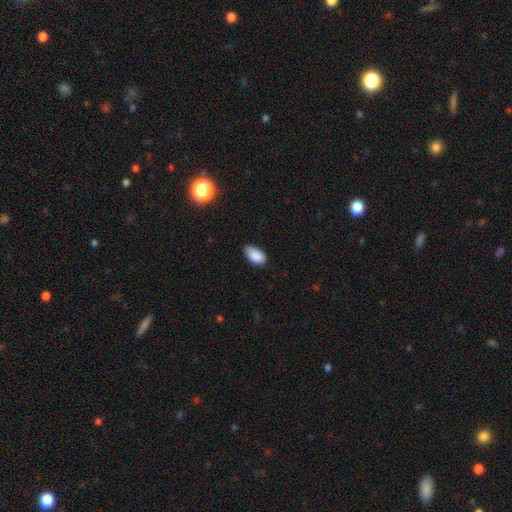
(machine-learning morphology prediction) Q: Smooth or featured?
A: smooth (88%); runner-up: star or artifact (8%)
Q: How rounded?
A: in between (94%); runner-up: round (4%)
Q: Merging?
A: none (70%); runner-up: minor disturbance (25%)